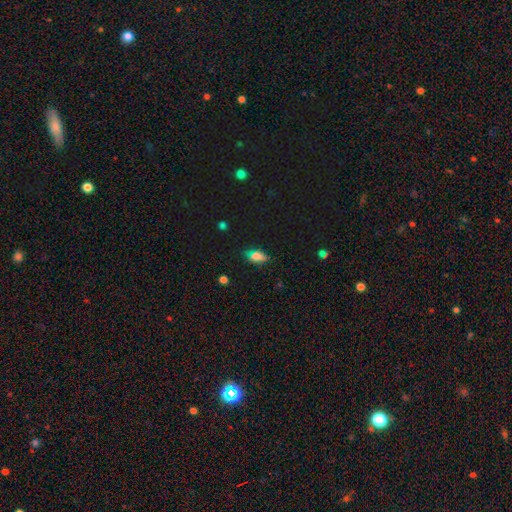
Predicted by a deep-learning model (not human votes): This is likely a smooth galaxy (67%). How rounded: clearly in between (82%). Merging: likely none (74%).